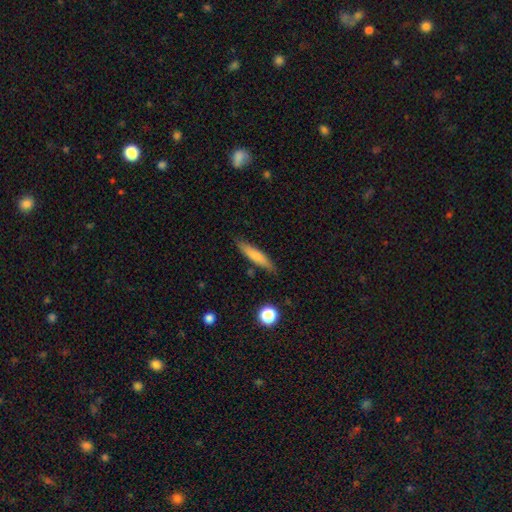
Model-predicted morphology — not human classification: type=smooth (75%); roundness=cigar-shaped (84%); merging=none (82%).